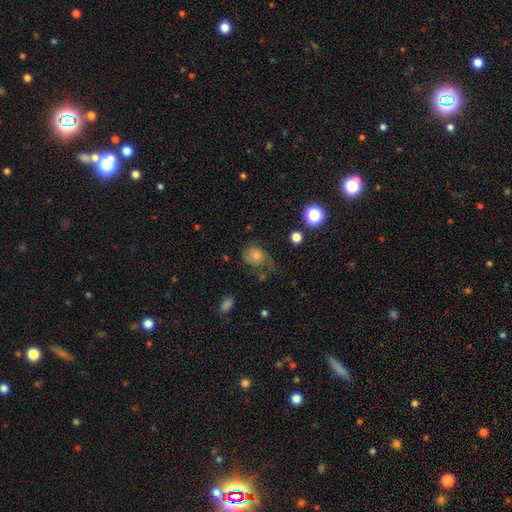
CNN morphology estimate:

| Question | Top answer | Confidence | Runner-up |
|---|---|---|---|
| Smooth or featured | smooth | 59% | featured or disk (29%) |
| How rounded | round | 55% | in between (44%) |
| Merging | major disturbance | 33% | none (32%) |